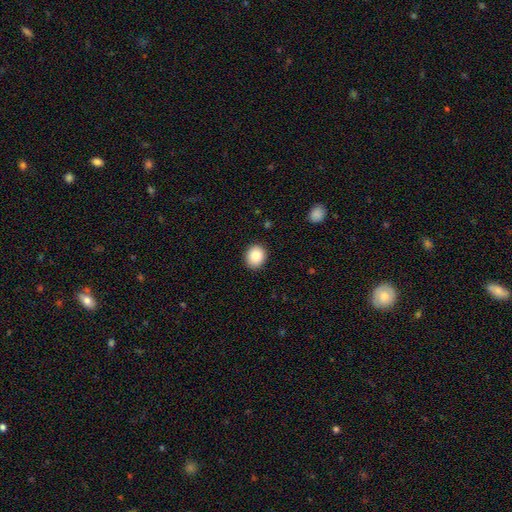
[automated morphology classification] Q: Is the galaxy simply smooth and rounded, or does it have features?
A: smooth — 87%.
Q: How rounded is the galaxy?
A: round — 65%.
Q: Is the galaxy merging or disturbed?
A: none — 90%.